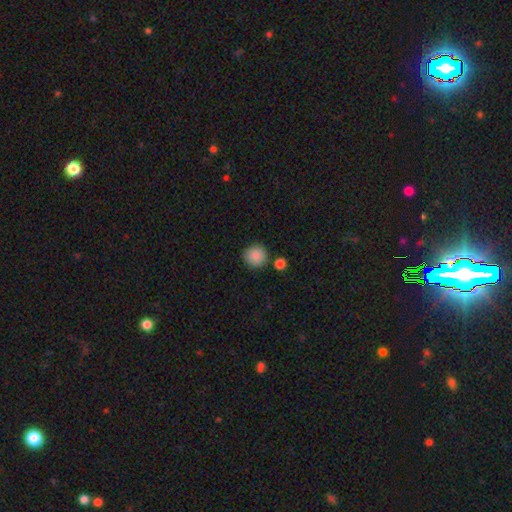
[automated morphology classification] A smooth galaxy with no disk features (87%) that is round (93%). Merging: none (83%).